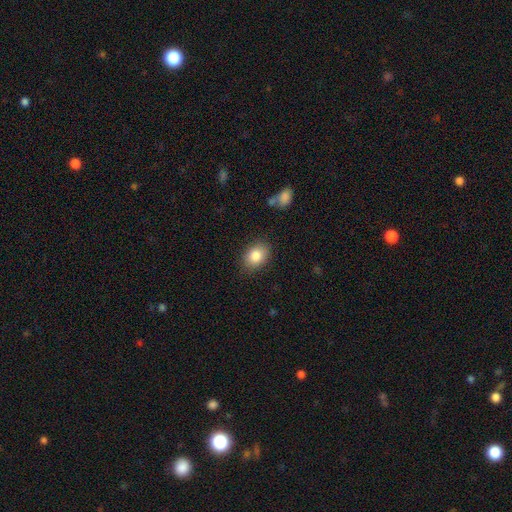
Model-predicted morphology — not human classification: Smooth or featured? smooth (84%)
How rounded? in between (73%)
Merging? none (85%)